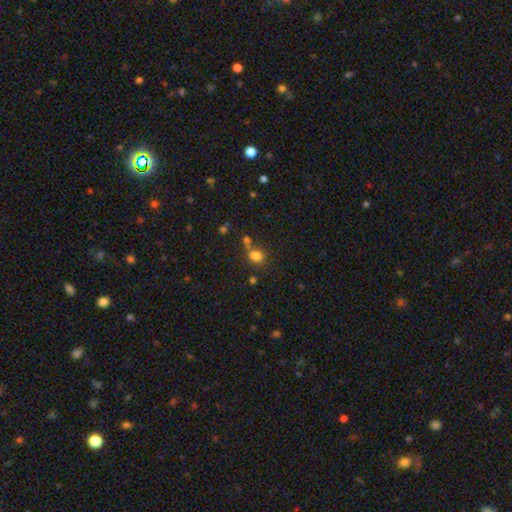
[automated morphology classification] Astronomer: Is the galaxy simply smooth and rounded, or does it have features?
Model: smooth — 75%.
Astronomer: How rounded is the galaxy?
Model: round — 51% (runner-up: in between, 48%).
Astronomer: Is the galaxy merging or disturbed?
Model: none — 44% (runner-up: merger, 35%).